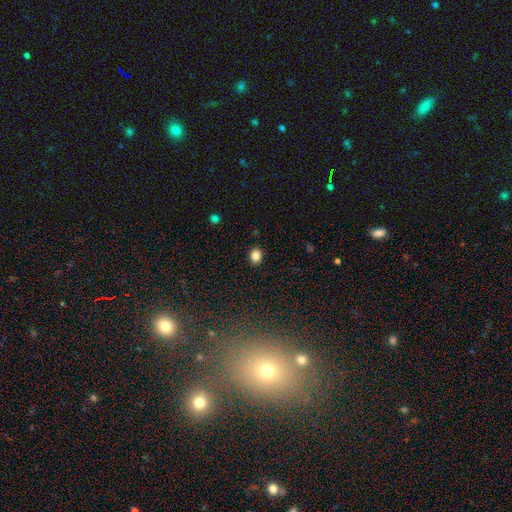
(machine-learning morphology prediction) smooth-or-featured: smooth: 84% | star or artifact: 11% | featured or disk: 5%
  how-rounded: round: 57% | in between: 42% | cigar-shaped: 1%
  merging: none: 90% | minor disturbance: 7% | major disturbance: 2% | merger: 1%